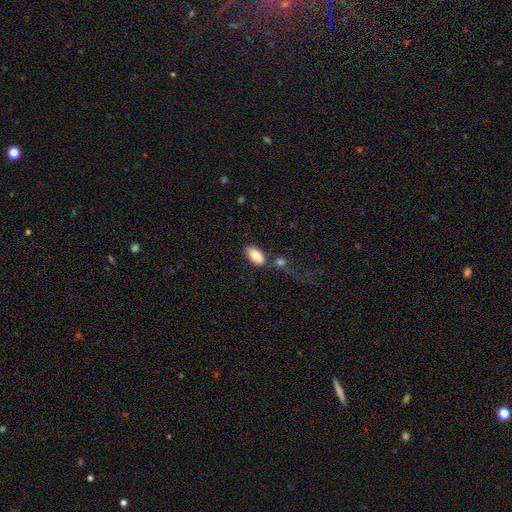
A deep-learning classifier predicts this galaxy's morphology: A smooth galaxy with no disk features (83%) that is in between round and cigar-shaped (93%).

Vote fractions:
- Smooth or featured? smooth: 83% / featured or disk: 10% / star or artifact: 7%
- How rounded? in between: 93% / cigar-shaped: 4% / round: 3%
- Merging? none: 74% / minor disturbance: 12% / merger: 10% / major disturbance: 4%